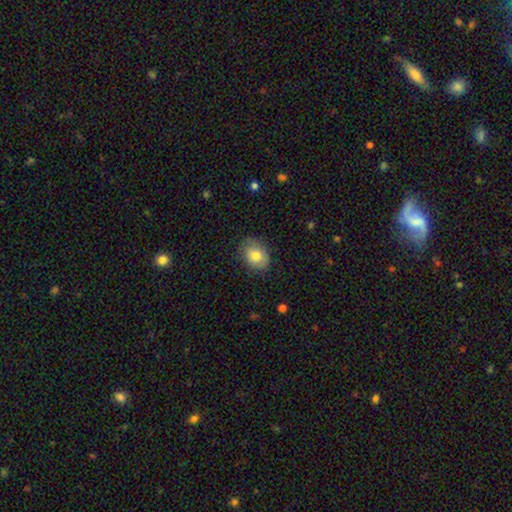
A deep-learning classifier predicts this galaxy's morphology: The model was most divided on "how rounded": in between: 67%, round: 32%, cigar-shaped: 1%. More confident: smooth or featured — smooth (77%); merging — none (76%).